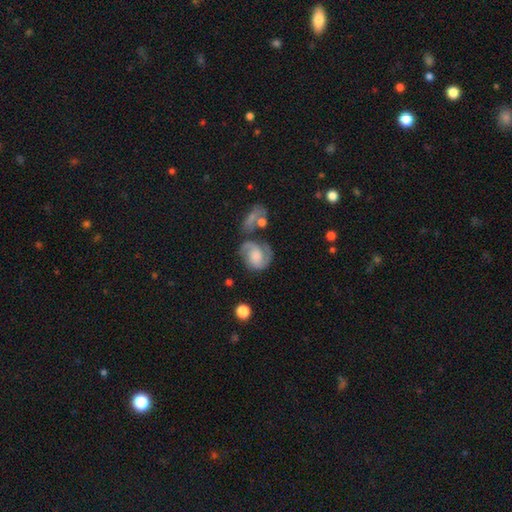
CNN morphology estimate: This appears to be a featured or disk galaxy (79%) with no bar (62%), 2 (85%) medium (51%) spiral arms (96%) and a moderate central bulge (29%). Merging: none (56%).